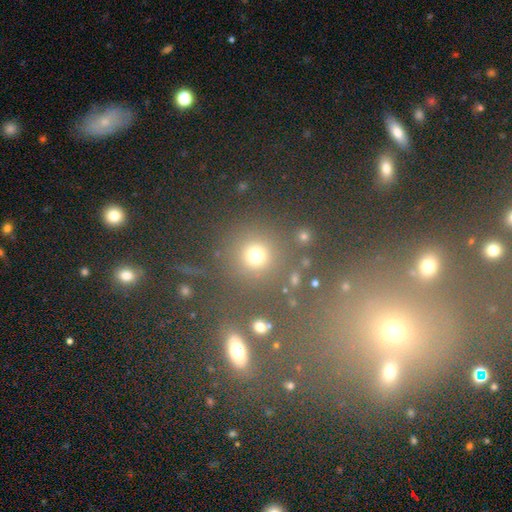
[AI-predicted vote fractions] This is likely a smooth galaxy (69%). How rounded: clearly round (91%). Merging: likely none (71%).